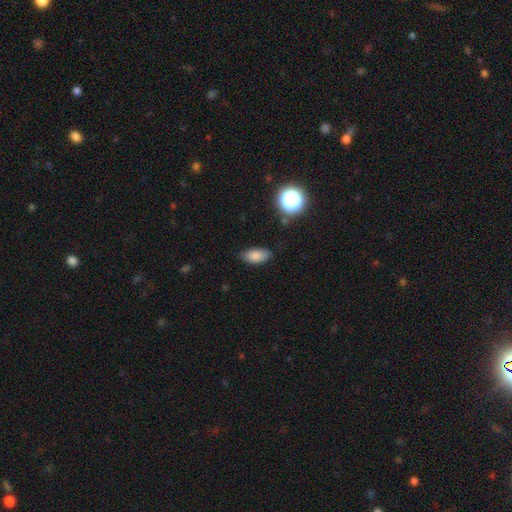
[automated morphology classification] type=smooth (83%); roundness=in between (89%); merging=none (78%).